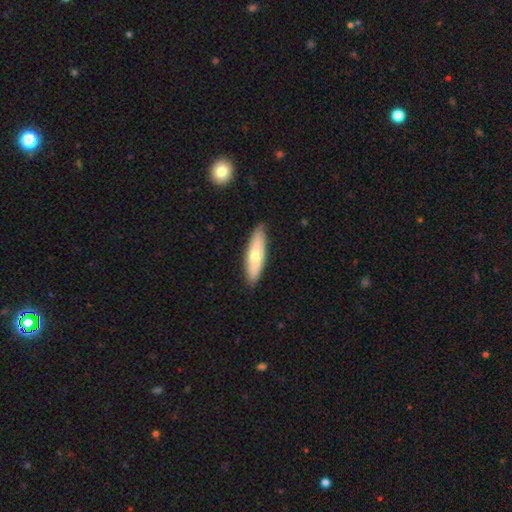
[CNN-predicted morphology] smooth_or_featured: smooth (p=0.65) [alt: featured or disk p=0.30]
how_rounded: cigar-shaped (p=0.65) [alt: in between p=0.33]
merging: none (p=0.87) [alt: minor disturbance p=0.10]